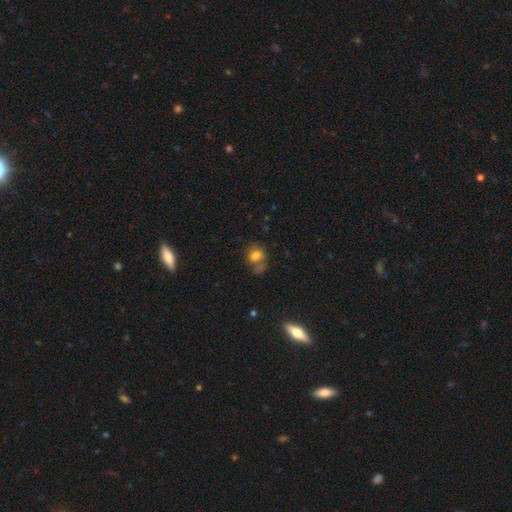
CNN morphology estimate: A smooth galaxy with no disk features (76%) that is round (57%).

Vote fractions:
- Smooth or featured? smooth: 76% / star or artifact: 12% / featured or disk: 12%
- How rounded? round: 57% / in between: 42% / cigar-shaped: 1%
- Merging? none: 46% / minor disturbance: 22% / merger: 17% / major disturbance: 15%